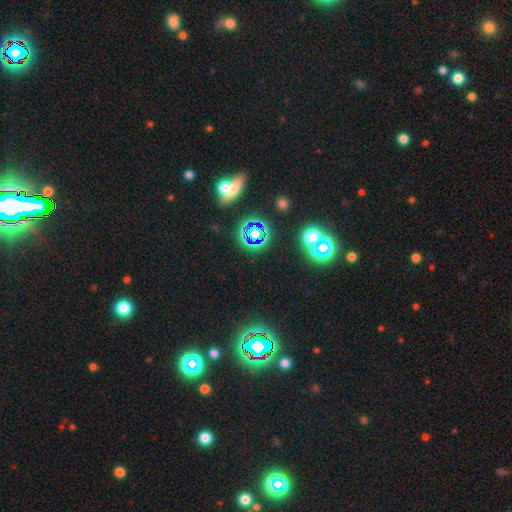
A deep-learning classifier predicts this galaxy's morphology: Overall: star or artifact (69%).